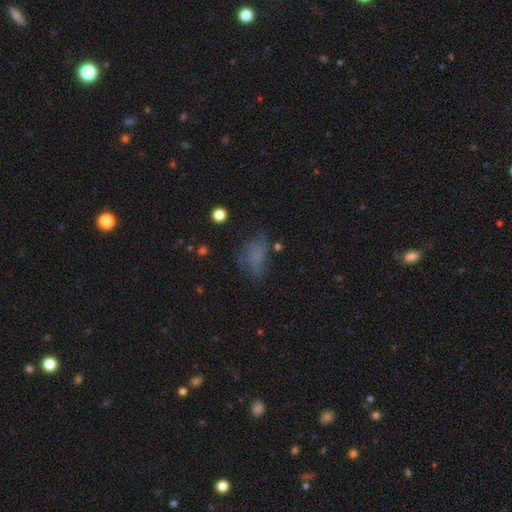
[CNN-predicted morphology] type=smooth (56%); roundness=in between (81%); merging=none (47%).